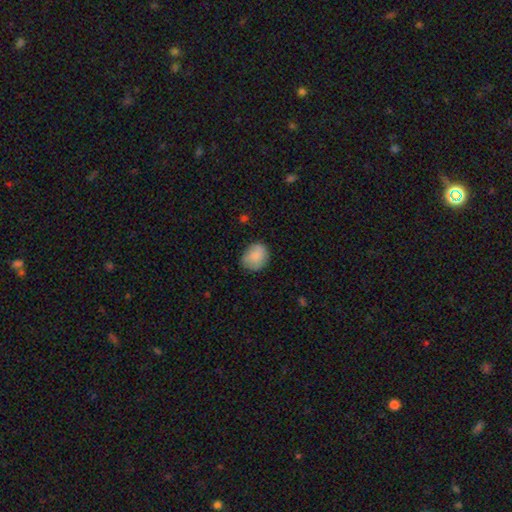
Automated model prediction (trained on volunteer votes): A smooth galaxy with no disk features (83%) that is round (57%). Merging: none (72%).